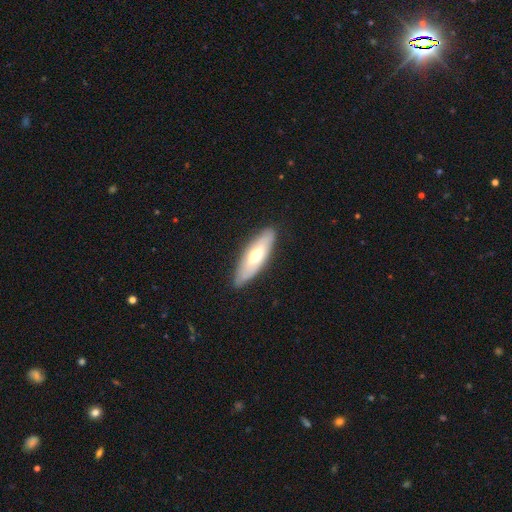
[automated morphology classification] smooth 51%, featured or disk 44%, star or artifact 5%. Down the decision tree: how rounded — in between (53%); merging — none (83%).